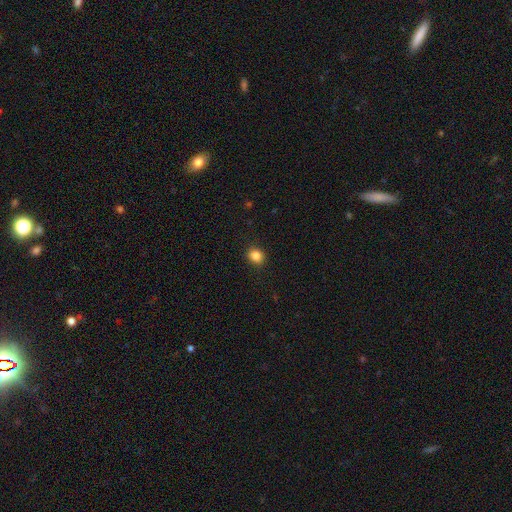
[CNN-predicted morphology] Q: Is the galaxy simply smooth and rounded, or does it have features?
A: smooth — 85%.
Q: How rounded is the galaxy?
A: round — 73%.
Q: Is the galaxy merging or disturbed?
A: none — 90%.